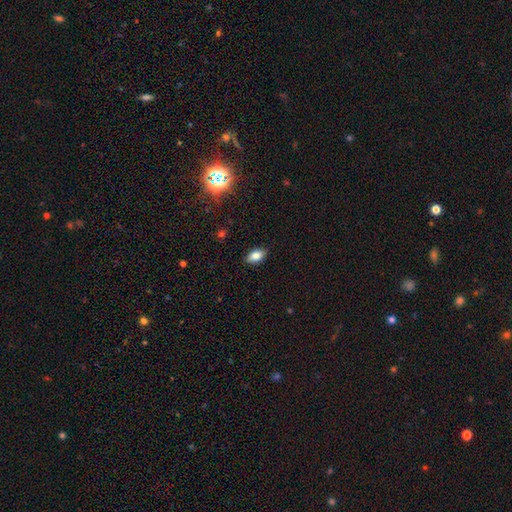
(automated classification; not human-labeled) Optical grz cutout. It shows a smooth galaxy with no disk features (79%) that is in between round and cigar-shaped (89%). Merging: none (87%).